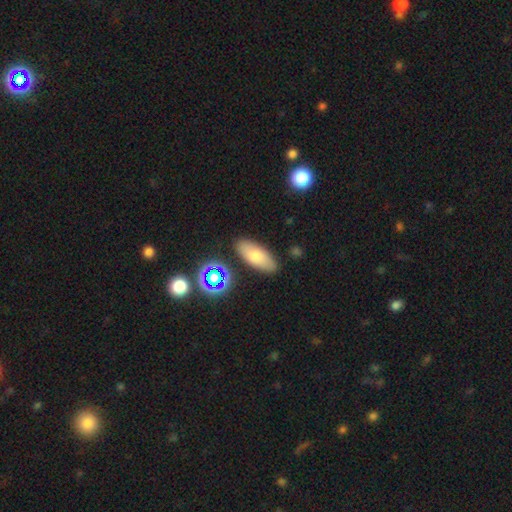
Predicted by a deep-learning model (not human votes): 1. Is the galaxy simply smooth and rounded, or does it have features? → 73% smooth, 18% featured or disk, 9% star or artifact.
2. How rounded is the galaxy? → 84% in between, 13% cigar-shaped, 3% round.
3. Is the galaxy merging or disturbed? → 83% none, 11% minor disturbance, 3% merger, 3% major disturbance.